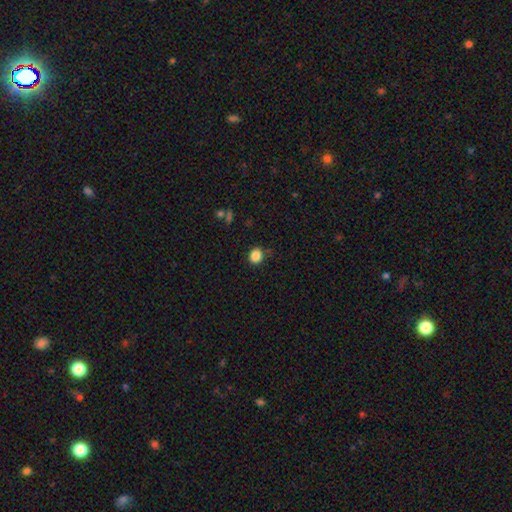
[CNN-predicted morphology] A smooth galaxy with no disk features (87%) that is round (66%).

Vote fractions:
- Smooth or featured? smooth: 87% / star or artifact: 10% / featured or disk: 3%
- How rounded? round: 66% / in between: 33% / cigar-shaped: 1%
- Merging? none: 79% / minor disturbance: 14% / major disturbance: 4% / merger: 3%